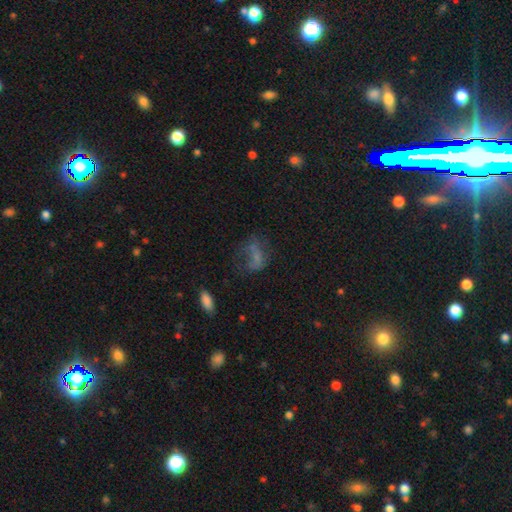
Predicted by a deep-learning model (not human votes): This is possibly a smooth galaxy (50%). Merging: marginally major disturbance (37%).